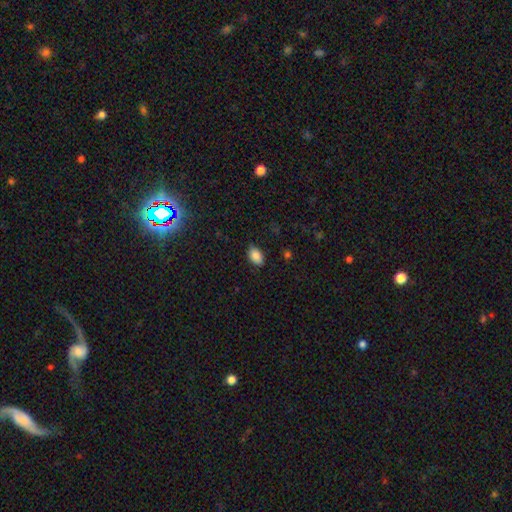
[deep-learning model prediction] smooth_or_featured: smooth (p=0.86) [alt: star or artifact p=0.08]
how_rounded: in between (p=0.90) [alt: round p=0.09]
merging: none (p=0.83) [alt: minor disturbance p=0.13]